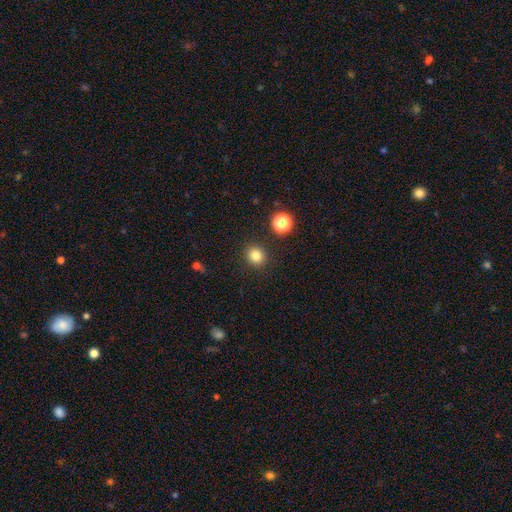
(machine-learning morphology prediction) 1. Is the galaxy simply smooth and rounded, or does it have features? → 81% smooth, 14% star or artifact, 5% featured or disk.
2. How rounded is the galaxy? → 82% round, 17% in between, 1% cigar-shaped.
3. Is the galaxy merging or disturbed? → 90% none, 6% minor disturbance, 2% major disturbance, 2% merger.